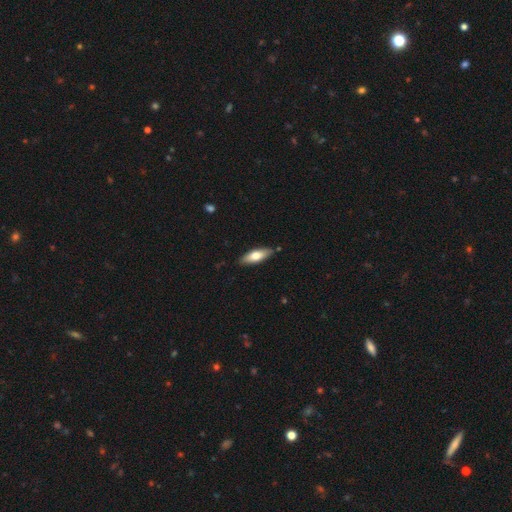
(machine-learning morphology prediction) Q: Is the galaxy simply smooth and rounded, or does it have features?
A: smooth — 66%.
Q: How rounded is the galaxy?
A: in between — 64%.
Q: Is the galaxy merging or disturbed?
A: none — 85%.